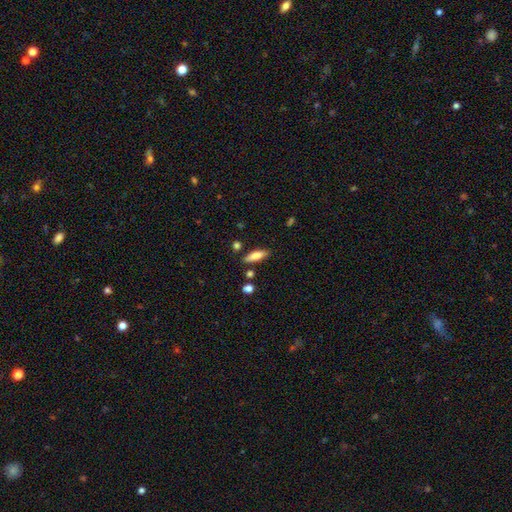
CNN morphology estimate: This is likely a smooth galaxy (79%). How rounded: possibly in between (53%). Merging: clearly none (81%).